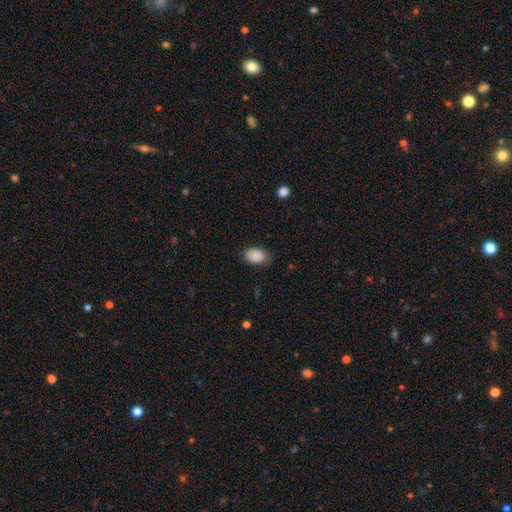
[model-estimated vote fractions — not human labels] A smooth galaxy with no disk features (89%) that is in between round and cigar-shaped (80%). Merging: none (80%).